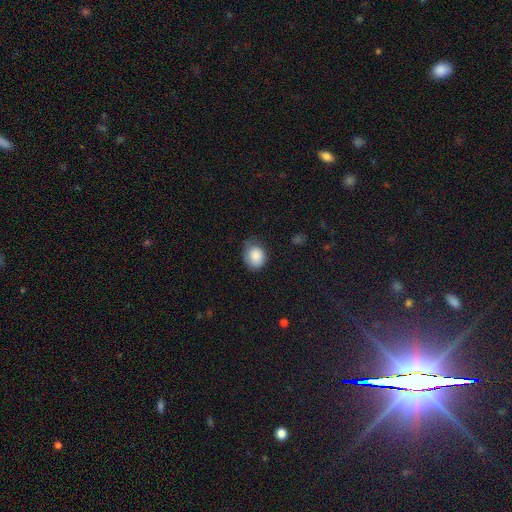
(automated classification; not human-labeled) Smooth or featured: smooth — 85% (star or artifact — 8%)
How rounded: round — 54% (in between — 45%)
Merging: none — 55% (minor disturbance — 34%)